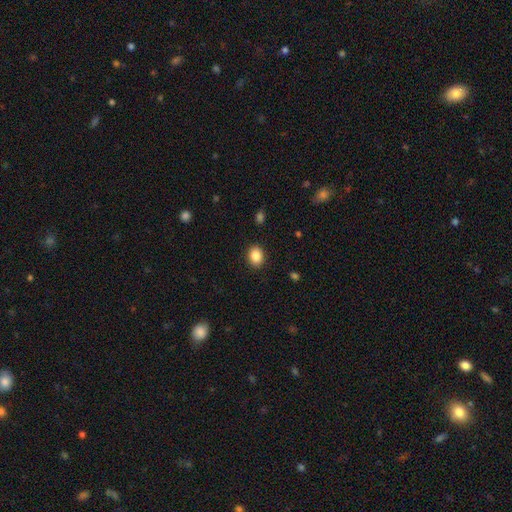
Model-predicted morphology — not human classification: smooth 87%, star or artifact 9%, featured or disk 4%. Down the decision tree: how rounded — in between (56%); merging — none (89%).